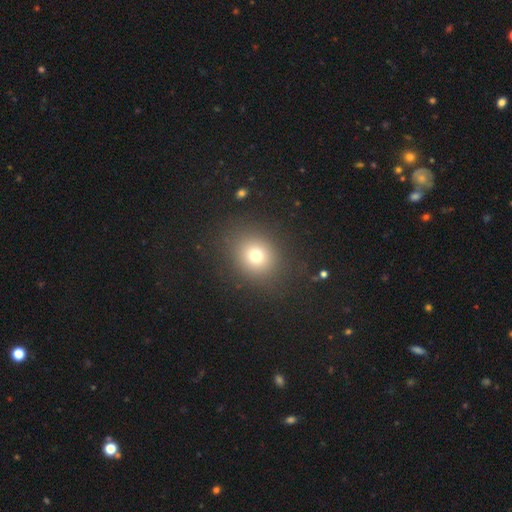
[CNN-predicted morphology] This appears to be a smooth galaxy with no disk features (73%) that is round (79%). Merging: none (86%).